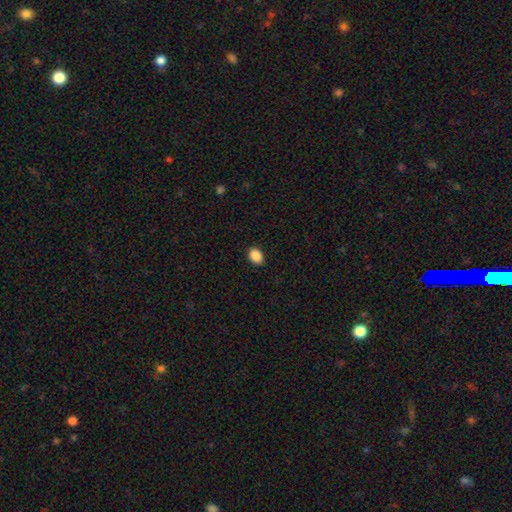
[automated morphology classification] Smooth or featured?
  - smooth: 89% *
  - star or artifact: 8%
  - featured or disk: 3%
How rounded?
  - in between: 73% *
  - round: 26%
  - cigar-shaped: 1%
Merging?
  - none: 90% *
  - minor disturbance: 7%
  - major disturbance: 2%
  - merger: 1%